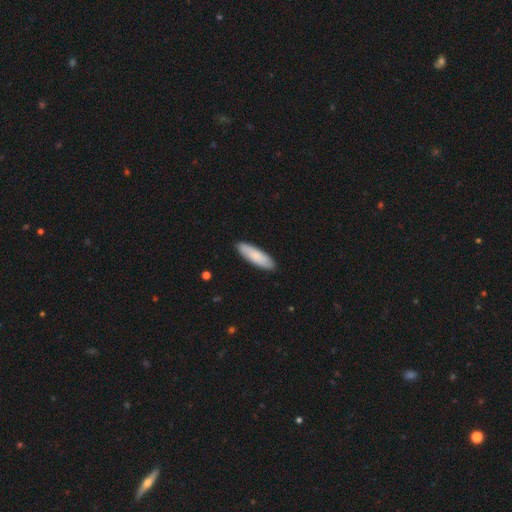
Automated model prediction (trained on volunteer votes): Smooth or featured: smooth — 82% (featured or disk — 13%)
How rounded: cigar-shaped — 60% (in between — 39%)
Merging: none — 89% (minor disturbance — 8%)